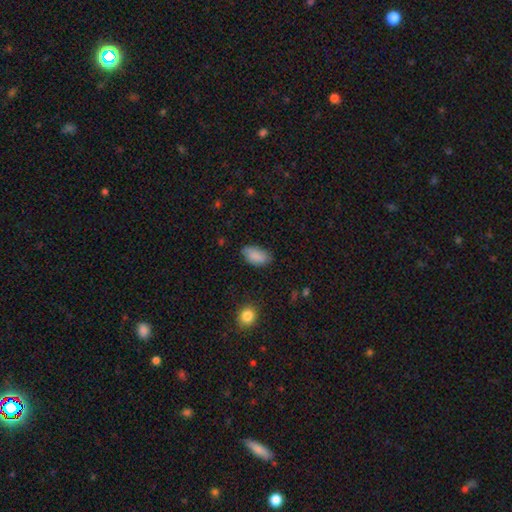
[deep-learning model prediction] Smooth or featured? Predicted: smooth (p=0.86). How rounded? Predicted: in between (p=0.93). Merging? Predicted: none (p=0.74).